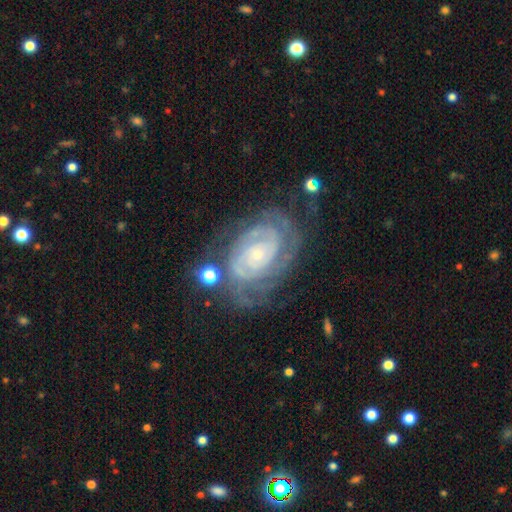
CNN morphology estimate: This appears to be a featured or disk galaxy (88%) with no bar (73%), 2 (33%) tight (78%) spiral arms (97%) and a small central bulge (77%). Merging: none (68%).